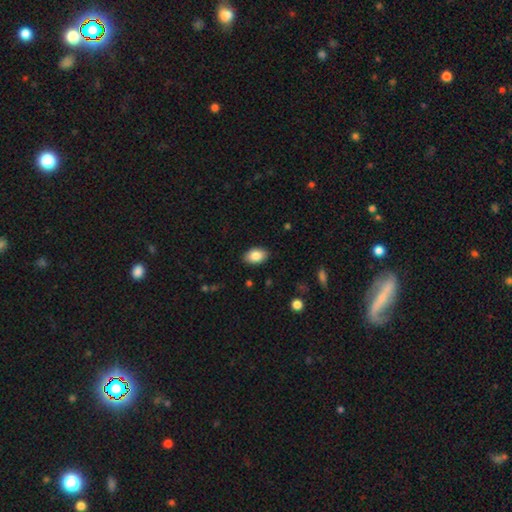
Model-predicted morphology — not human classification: A smooth galaxy with no disk features (86%) that is in between round and cigar-shaped (89%). Merging: none (88%).